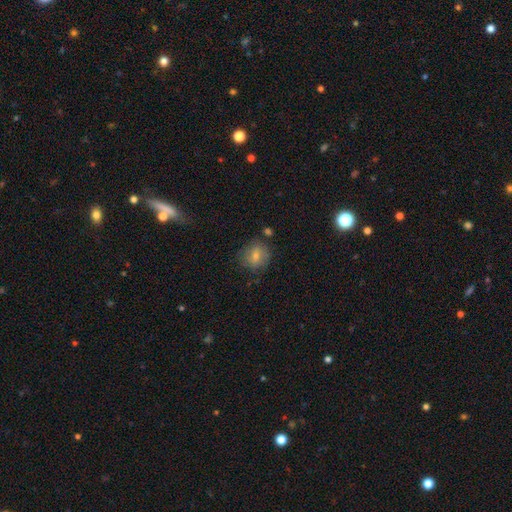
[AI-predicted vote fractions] The model was most divided on "smooth or featured": smooth: 56%, featured or disk: 27%, star or artifact: 17%. More confident: merging — none (77%); how rounded — round (75%).